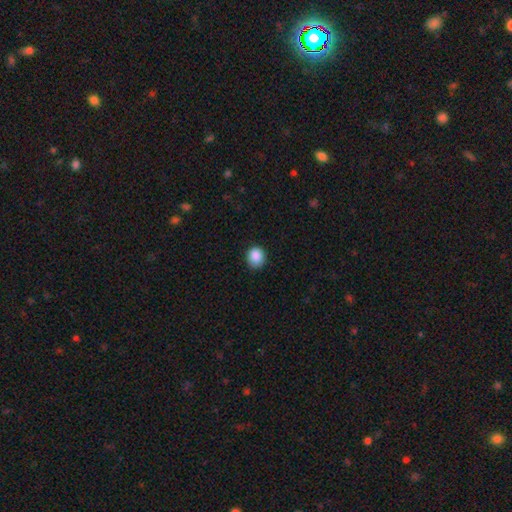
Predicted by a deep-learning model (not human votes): Morphology: type=smooth (88%); roundness=round (75%); merging=none (82%).